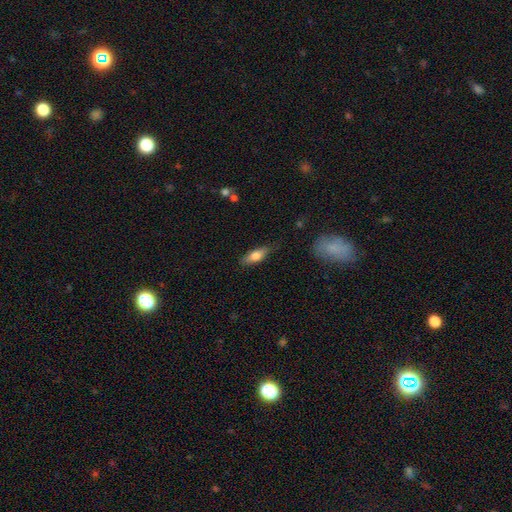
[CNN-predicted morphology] smooth_or_featured: smooth (p=0.74) [alt: featured or disk p=0.20]
how_rounded: in between (p=0.67) [alt: cigar-shaped p=0.30]
merging: none (p=0.77) [alt: minor disturbance p=0.18]